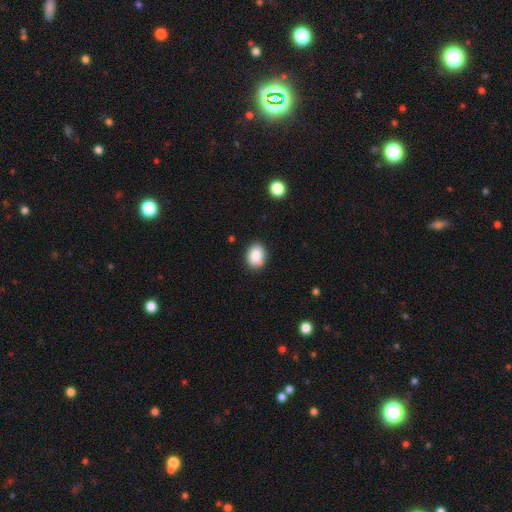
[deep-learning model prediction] Smooth or featured: smooth — 86% (star or artifact — 8%)
How rounded: in between — 62% (round — 37%)
Merging: none — 83% (minor disturbance — 12%)